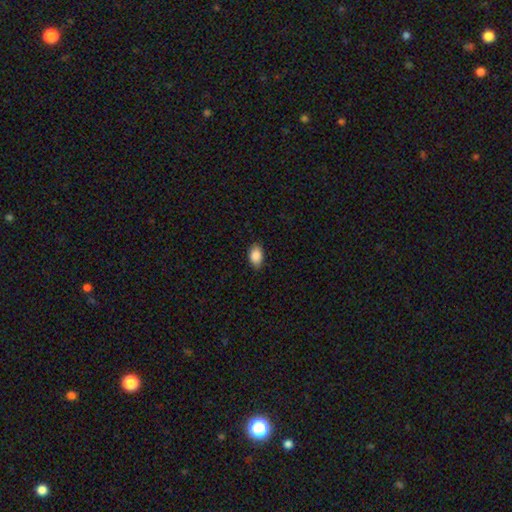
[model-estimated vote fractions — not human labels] The model was most divided on "merging": none: 84%, minor disturbance: 13%, major disturbance: 2%, merger: 1%. More confident: how rounded — in between (89%); smooth or featured — smooth (89%).